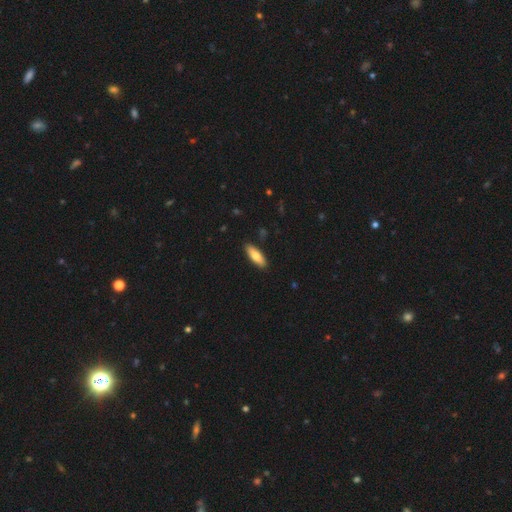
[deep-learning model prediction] This is likely a smooth galaxy (75%). How rounded: possibly in between (56%). Merging: clearly none (89%).